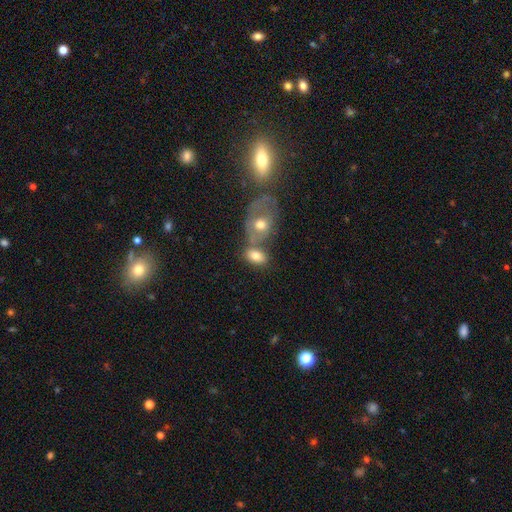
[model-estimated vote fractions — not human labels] Overall: smooth (73%). How rounded: in between (87%). Merging: merger (44%; none 36%).